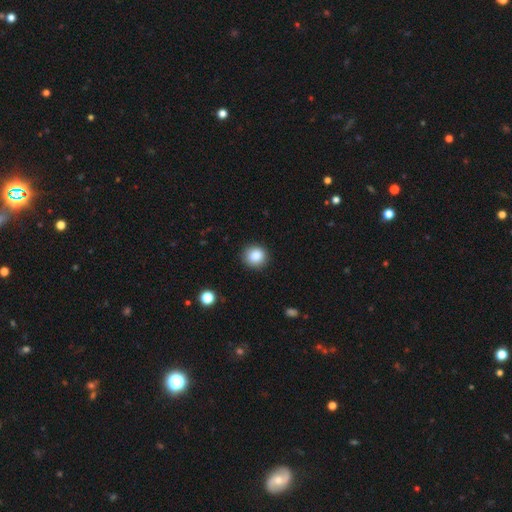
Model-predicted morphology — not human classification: Smooth or featured: smooth — 86% (star or artifact — 10%)
How rounded: round — 87% (in between — 12%)
Merging: none — 90% (minor disturbance — 7%)